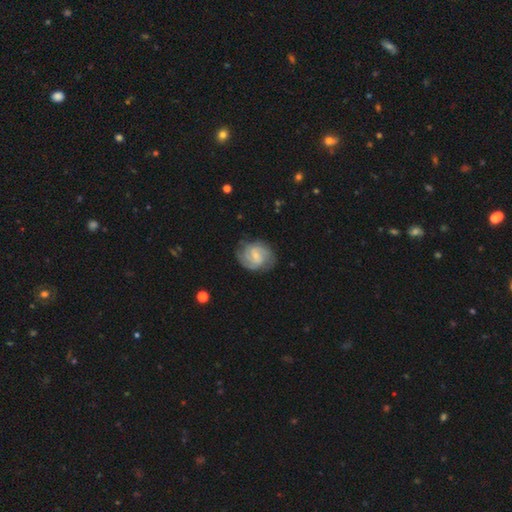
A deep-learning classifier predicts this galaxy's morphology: featured or disk 82%, smooth 13%, star or artifact 5%. Down the decision tree: edge-on disk — no (98%); bar — weak (57%); spiral arms — yes (96%); spiral arm count — 2 (58%); spiral winding — tight (51%); bulge size — small (66%); merging — none (77%).